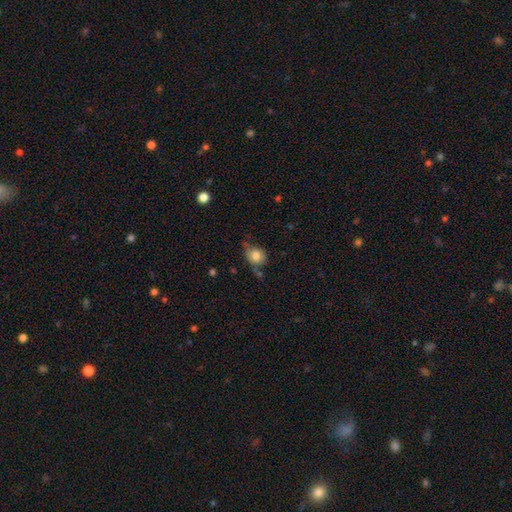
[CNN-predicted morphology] type=smooth (79%); roundness=round (56%); merging=none (47%).